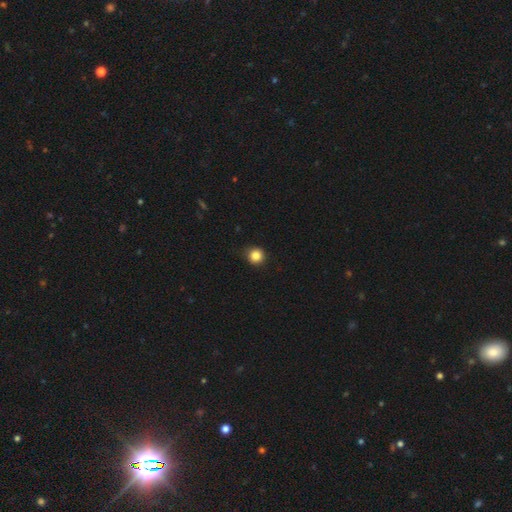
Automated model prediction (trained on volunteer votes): Smooth or featured? smooth (85%)
How rounded? round (93%)
Merging? none (87%)